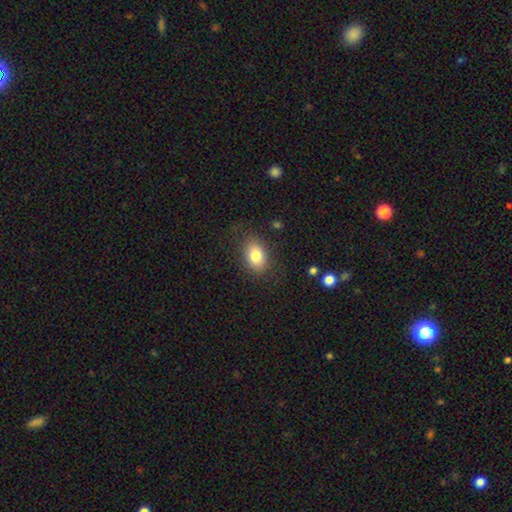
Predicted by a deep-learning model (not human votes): Smooth or featured?
  - smooth: 81% *
  - featured or disk: 11%
  - star or artifact: 8%
How rounded?
  - in between: 83% *
  - round: 16%
  - cigar-shaped: 1%
Merging?
  - none: 81% *
  - minor disturbance: 13%
  - major disturbance: 5%
  - merger: 1%